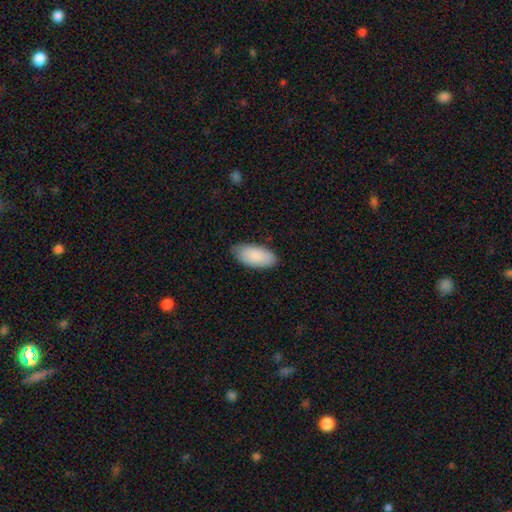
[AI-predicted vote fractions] smooth_or_featured: smooth (p=0.88) [alt: featured or disk p=0.06]
how_rounded: in between (p=0.93) [alt: cigar-shaped p=0.05]
merging: none (p=0.78) [alt: minor disturbance p=0.18]